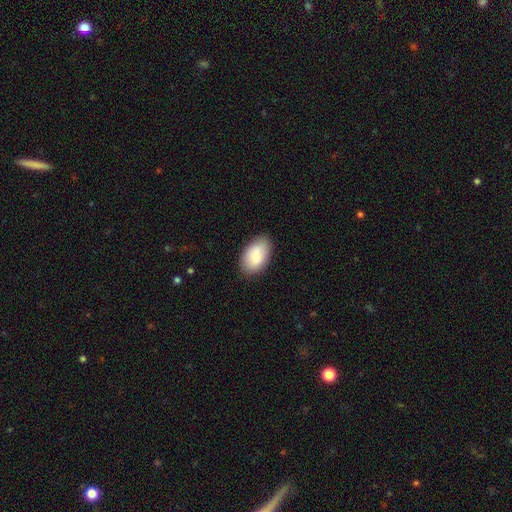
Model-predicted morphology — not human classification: This is clearly a smooth galaxy (85%). How rounded: clearly in between (93%). Merging: clearly none (85%).